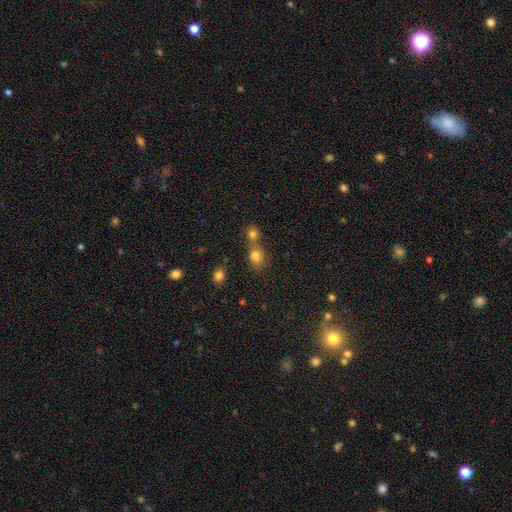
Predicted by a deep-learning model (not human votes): smooth 80%, star or artifact 13%, featured or disk 7%. Down the decision tree: how rounded — round (57%); merging — none (45%).